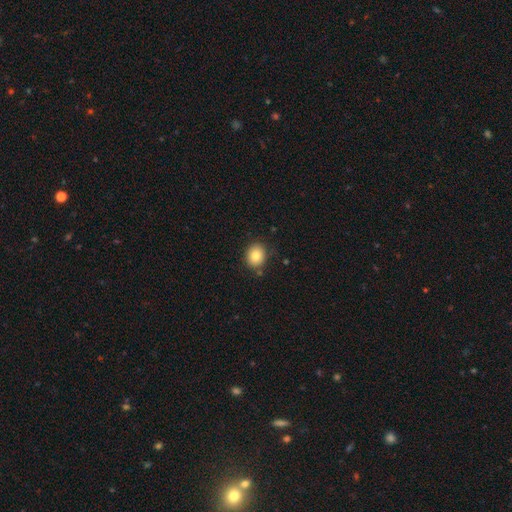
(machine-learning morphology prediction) smooth 82%, star or artifact 10%, featured or disk 8%. Down the decision tree: how rounded — round (69%); merging — none (84%).